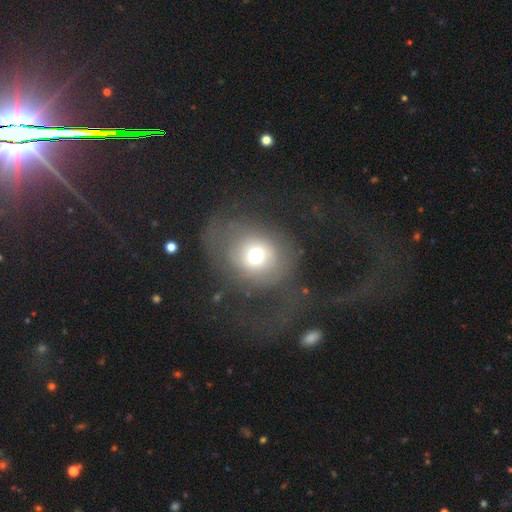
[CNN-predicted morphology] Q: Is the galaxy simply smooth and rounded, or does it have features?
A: smooth — 60%.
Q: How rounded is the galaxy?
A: round — 70%.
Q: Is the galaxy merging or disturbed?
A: none — 44%.